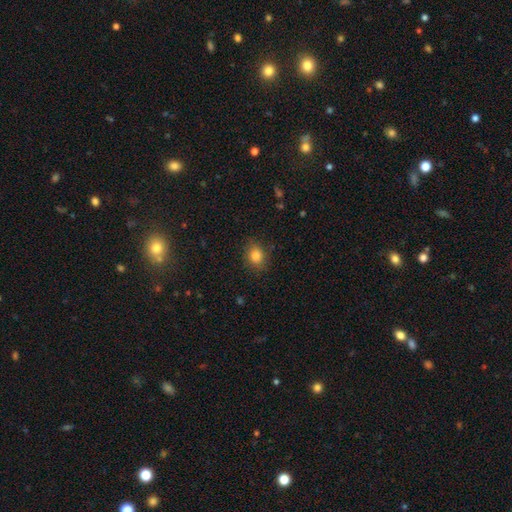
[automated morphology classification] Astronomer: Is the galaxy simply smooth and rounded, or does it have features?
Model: smooth — 85%.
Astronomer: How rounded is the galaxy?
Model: round — 51% (runner-up: in between, 48%).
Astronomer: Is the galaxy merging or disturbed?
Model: none — 82%.